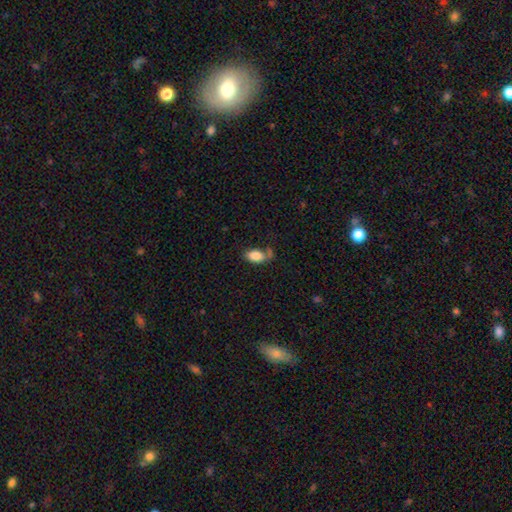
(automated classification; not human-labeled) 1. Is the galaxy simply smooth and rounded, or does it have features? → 83% smooth, 9% featured or disk, 7% star or artifact.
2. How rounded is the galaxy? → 92% in between, 5% round, 3% cigar-shaped.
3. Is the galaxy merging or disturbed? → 54% none, 20% minor disturbance, 15% merger, 11% major disturbance.